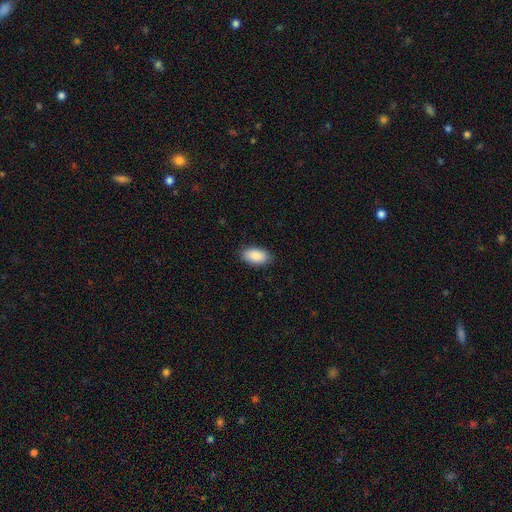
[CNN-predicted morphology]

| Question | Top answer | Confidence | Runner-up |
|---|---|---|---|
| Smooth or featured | smooth | 89% | star or artifact (6%) |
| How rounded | in between | 94% | round (3%) |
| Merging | none | 87% | minor disturbance (10%) |